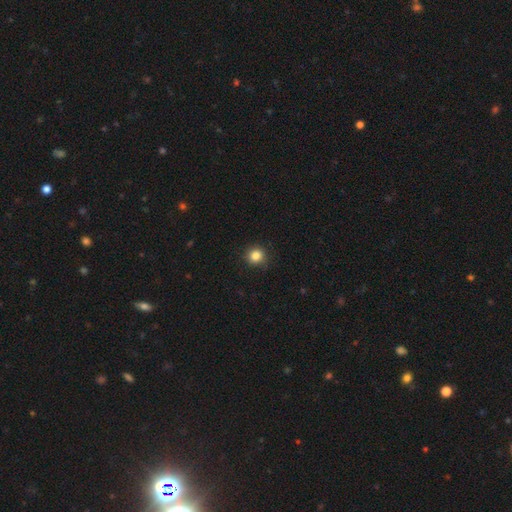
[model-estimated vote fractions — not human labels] This appears to be a smooth galaxy with no disk features (84%) that is round (92%). Merging: none (89%).